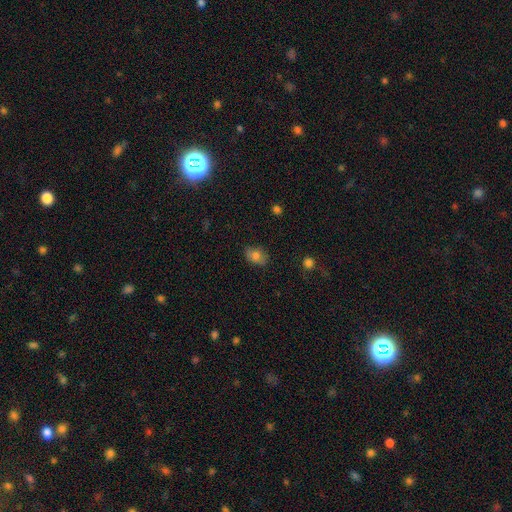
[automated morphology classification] A smooth galaxy with no disk features (77%) that is in between round and cigar-shaped (75%).

Vote fractions:
- Smooth or featured? smooth: 77% / featured or disk: 13% / star or artifact: 10%
- How rounded? in between: 75% / round: 23% / cigar-shaped: 2%
- Merging? none: 77% / minor disturbance: 18% / major disturbance: 4% / merger: 1%